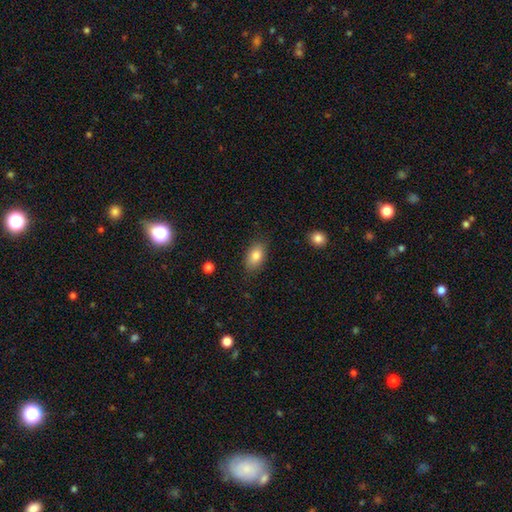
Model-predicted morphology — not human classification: Smooth or featured: smooth — 83% (featured or disk — 9%)
How rounded: in between — 90% (round — 7%)
Merging: none — 82% (minor disturbance — 13%)